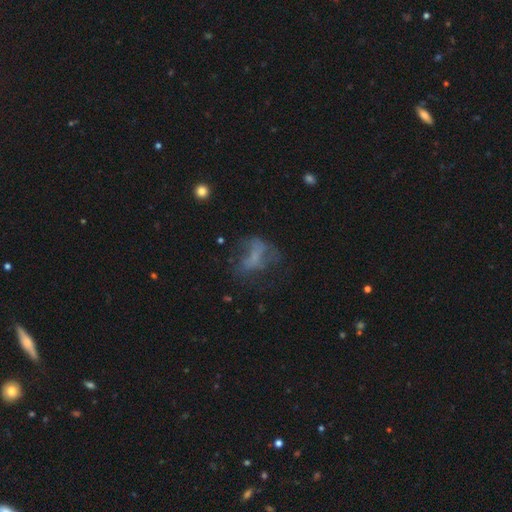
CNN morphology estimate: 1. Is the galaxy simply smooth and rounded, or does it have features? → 45% featured or disk, 36% smooth, 19% star or artifact.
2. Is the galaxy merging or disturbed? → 39% major disturbance, 36% none, 20% minor disturbance, 5% merger.